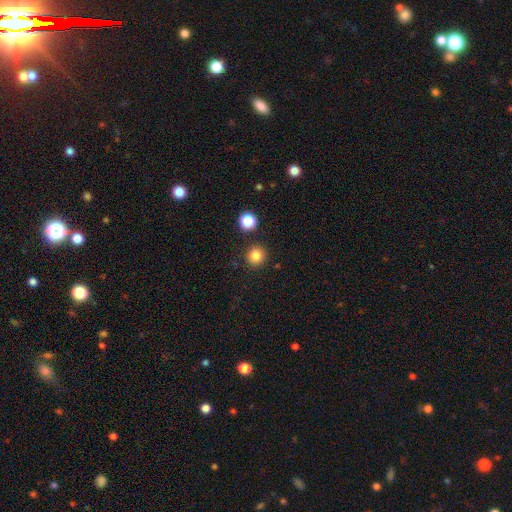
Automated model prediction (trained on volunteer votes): Smooth or featured? Predicted: smooth (p=0.83). How rounded? Predicted: round (p=0.91). Merging? Predicted: none (p=0.88).